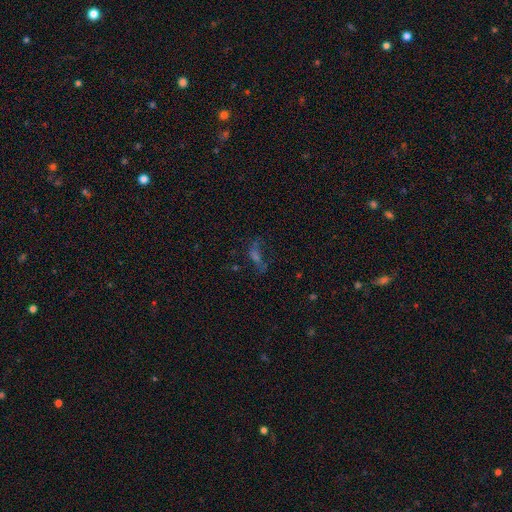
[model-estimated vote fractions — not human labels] This is marginally a star or artifact rather than a galaxy (37%).